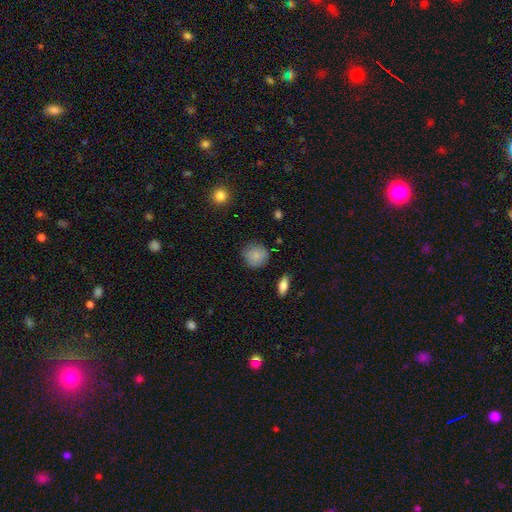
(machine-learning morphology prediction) Smooth or featured? Predicted: smooth (p=0.84). How rounded? Predicted: round (p=0.87). Merging? Predicted: none (p=0.80).